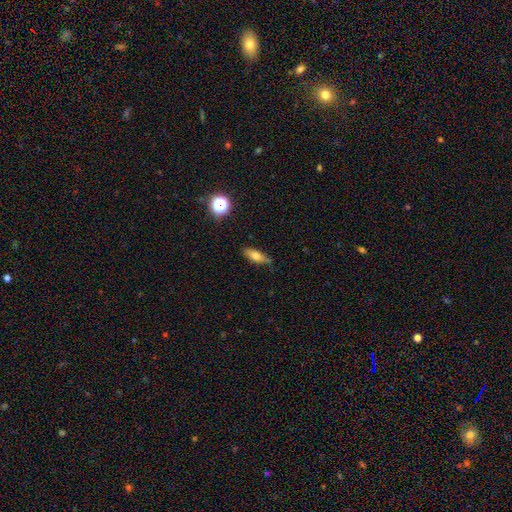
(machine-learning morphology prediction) smooth-or-featured: smooth: 67% | featured or disk: 22% | star or artifact: 10%
  how-rounded: in between: 64% | cigar-shaped: 31% | round: 5%
  merging: none: 76% | minor disturbance: 18% | major disturbance: 3% | merger: 3%